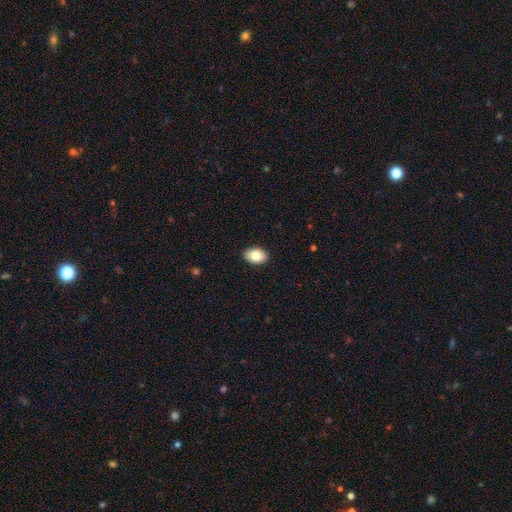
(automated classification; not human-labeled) A smooth galaxy with no disk features (83%) that is in between round and cigar-shaped (86%).

Vote fractions:
- Smooth or featured? smooth: 83% / featured or disk: 10% / star or artifact: 7%
- How rounded? in between: 86% / round: 13% / cigar-shaped: 1%
- Merging? none: 90% / minor disturbance: 7% / major disturbance: 2% / merger: 1%